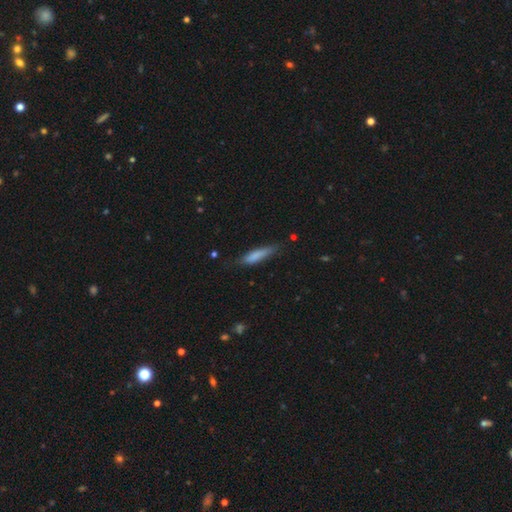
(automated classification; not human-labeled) Smooth or featured? Predicted: smooth (p=0.78). How rounded? Predicted: cigar-shaped (p=0.79). Merging? Predicted: none (p=0.71).